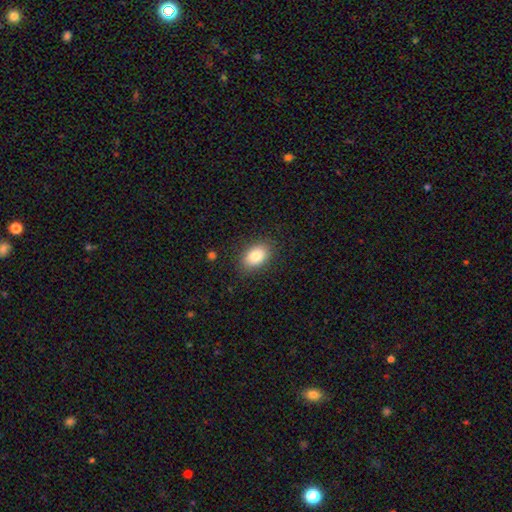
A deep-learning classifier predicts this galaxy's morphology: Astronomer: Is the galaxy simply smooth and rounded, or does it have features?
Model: smooth — 84%.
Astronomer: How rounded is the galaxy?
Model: in between — 86%.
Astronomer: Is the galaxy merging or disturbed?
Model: none — 86%.